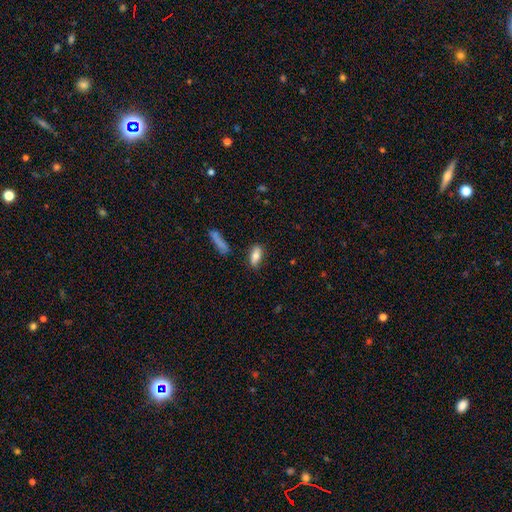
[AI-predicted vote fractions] Q: Smooth or featured?
A: smooth (78%); runner-up: featured or disk (15%)
Q: How rounded?
A: in between (83%); runner-up: cigar-shaped (14%)
Q: Merging?
A: none (79%); runner-up: minor disturbance (14%)